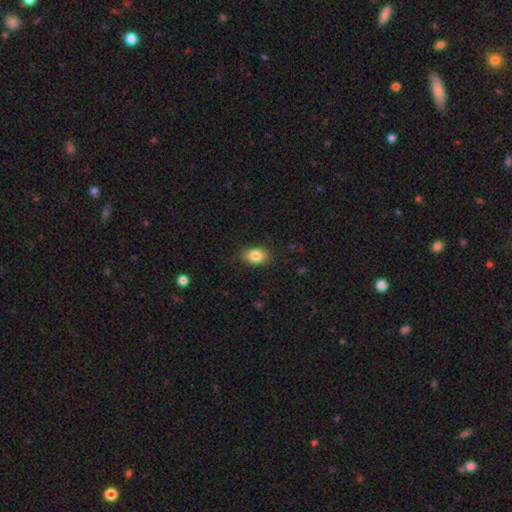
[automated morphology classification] This appears to be a smooth galaxy with no disk features (85%) that is in between round and cigar-shaped (83%). Merging: none (87%).